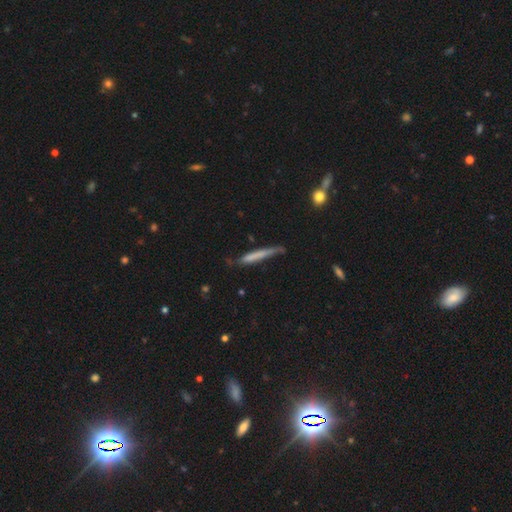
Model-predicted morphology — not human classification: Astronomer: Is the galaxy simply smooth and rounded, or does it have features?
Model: smooth — 65%.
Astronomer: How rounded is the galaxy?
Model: cigar-shaped — 95%.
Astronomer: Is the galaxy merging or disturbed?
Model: none — 60%.